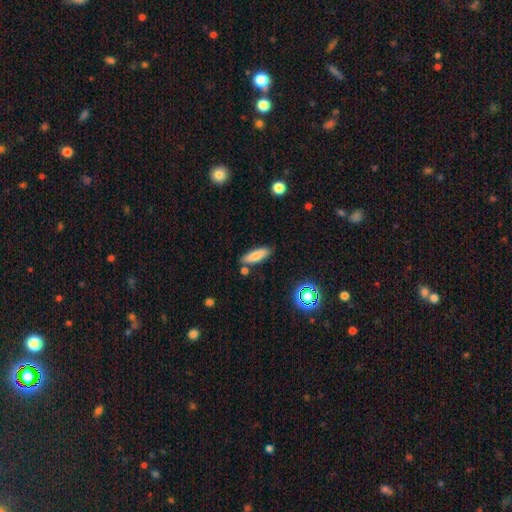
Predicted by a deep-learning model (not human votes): A smooth galaxy with no disk features (77%) that is cigar-shaped (52%). Merging: none (81%).